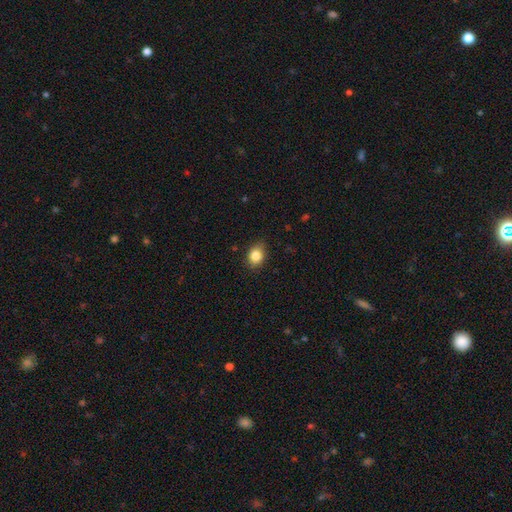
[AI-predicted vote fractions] A smooth galaxy with no disk features (84%) that is in between round and cigar-shaped (52%).

Vote fractions:
- Smooth or featured? smooth: 84% / star or artifact: 9% / featured or disk: 6%
- How rounded? in between: 52% / round: 46% / cigar-shaped: 1%
- Merging? none: 79% / minor disturbance: 17% / major disturbance: 3% / merger: 1%